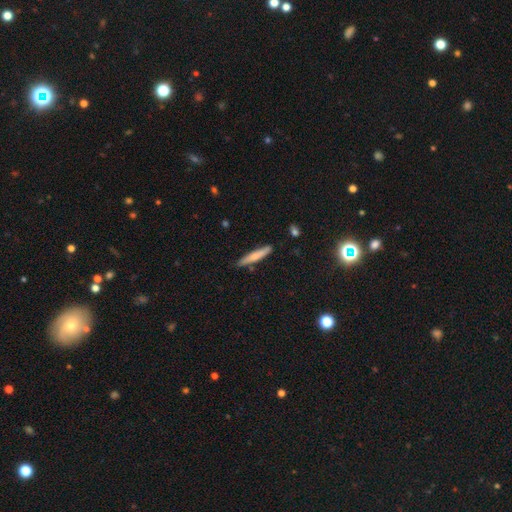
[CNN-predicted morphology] smooth_or_featured: smooth (p=0.71) [alt: featured or disk p=0.23]
how_rounded: cigar-shaped (p=0.92) [alt: in between p=0.07]
merging: none (p=0.81) [alt: minor disturbance p=0.14]